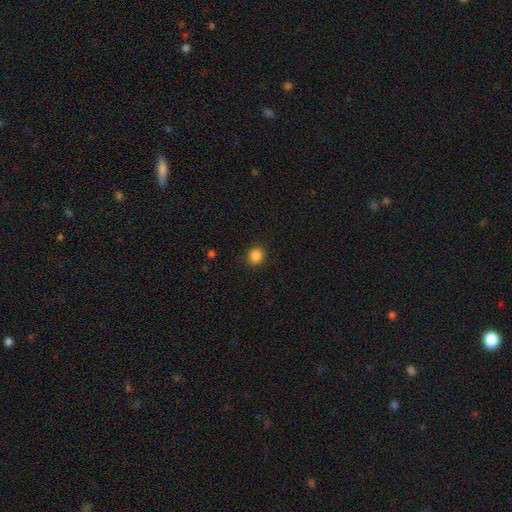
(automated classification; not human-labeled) Smooth or featured? Predicted: smooth (p=0.86). How rounded? Predicted: round (p=0.84). Merging? Predicted: none (p=0.89).